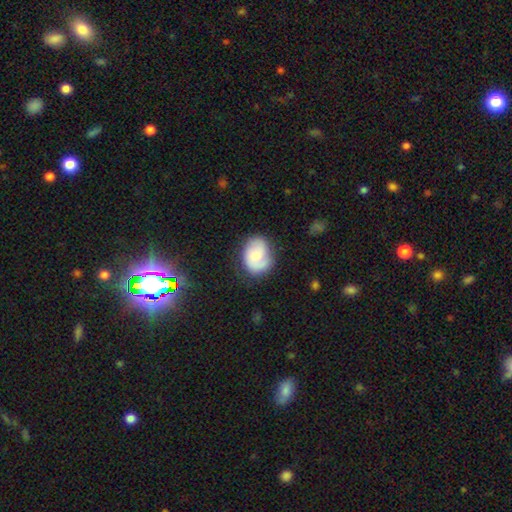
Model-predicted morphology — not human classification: The model was most divided on "smooth or featured": featured or disk: 49%, smooth: 44%, star or artifact: 7%. More confident: merging — none (66%).